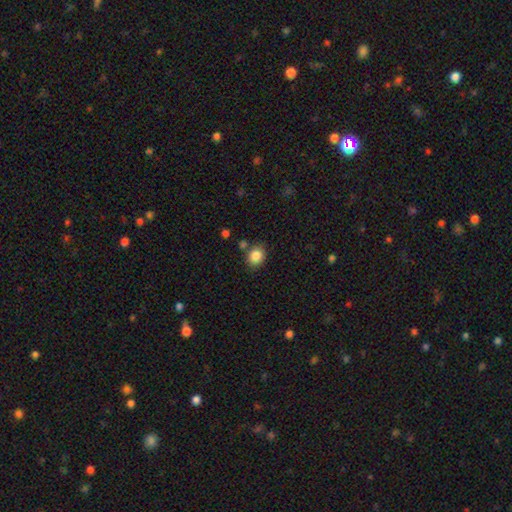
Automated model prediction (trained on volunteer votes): smooth-or-featured: smooth: 85% | star or artifact: 9% | featured or disk: 5%
  how-rounded: round: 55% | in between: 44% | cigar-shaped: 1%
  merging: none: 76% | minor disturbance: 14% | merger: 7% | major disturbance: 4%